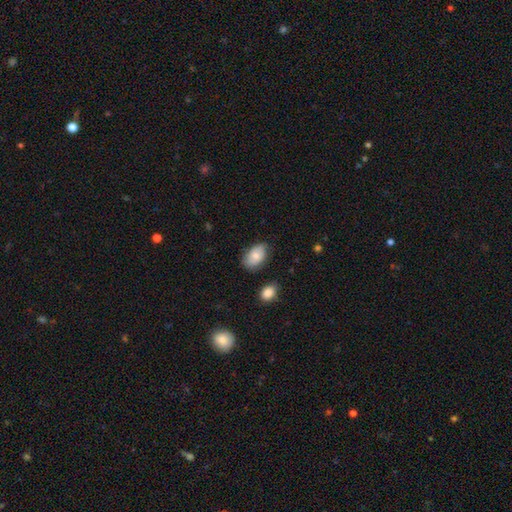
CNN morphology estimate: This appears to be a smooth galaxy with no disk features (76%) that is in between round and cigar-shaped (90%). Merging: none (67%).